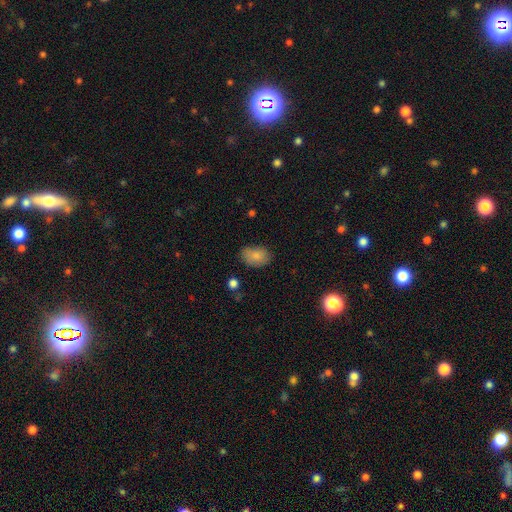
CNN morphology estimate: The model was most divided on "merging": none: 73%, minor disturbance: 20%, major disturbance: 4%, merger: 2%. More confident: smooth or featured — smooth (85%); how rounded — in between (84%).